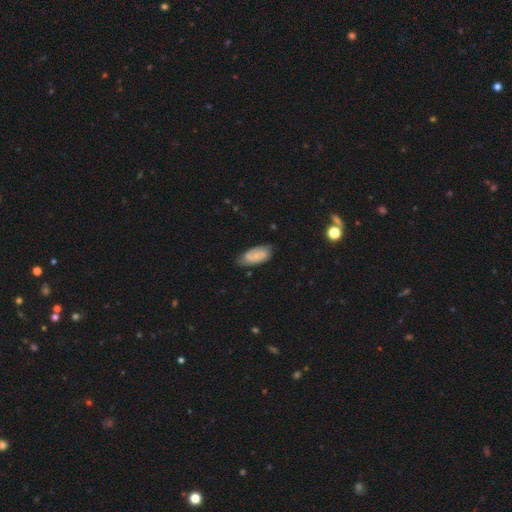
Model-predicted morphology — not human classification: Overall: featured or disk (50%; smooth 42%). Edge-on disk: no (94%). Merging: none (68%).